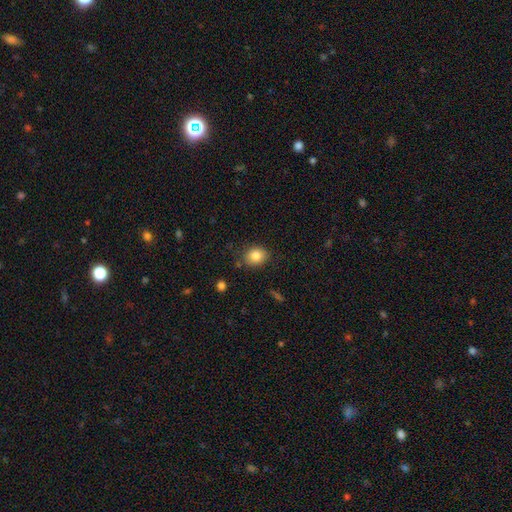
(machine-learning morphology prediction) This appears to be a smooth galaxy with no disk features (84%) that is round (53%). Merging: none (82%).